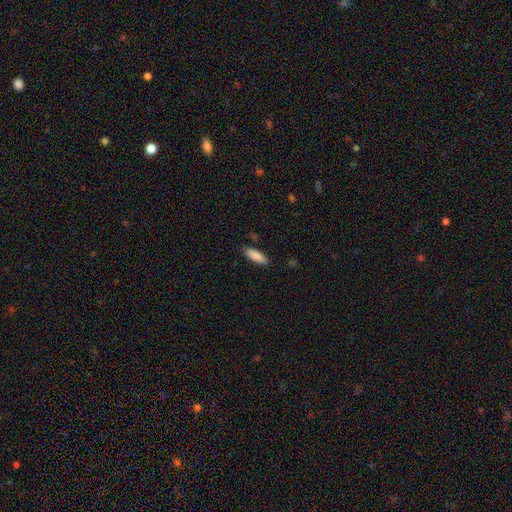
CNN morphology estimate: Smooth or featured: smooth — 87% (featured or disk — 7%)
How rounded: in between — 56% (cigar-shaped — 42%)
Merging: none — 85% (minor disturbance — 11%)